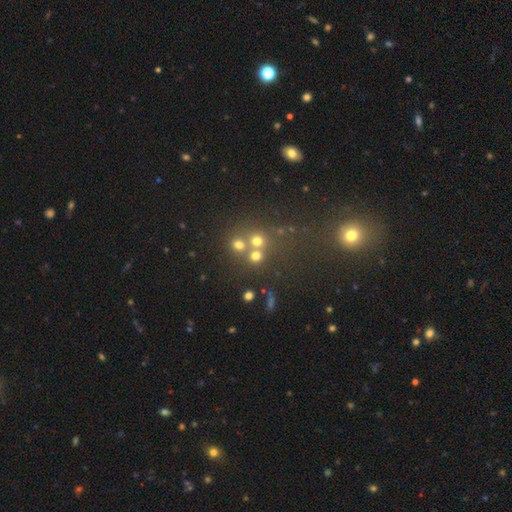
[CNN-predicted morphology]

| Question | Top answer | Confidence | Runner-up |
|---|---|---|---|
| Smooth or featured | smooth | 64% | star or artifact (22%) |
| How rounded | round | 85% | in between (14%) |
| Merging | none | 54% | merger (35%) |